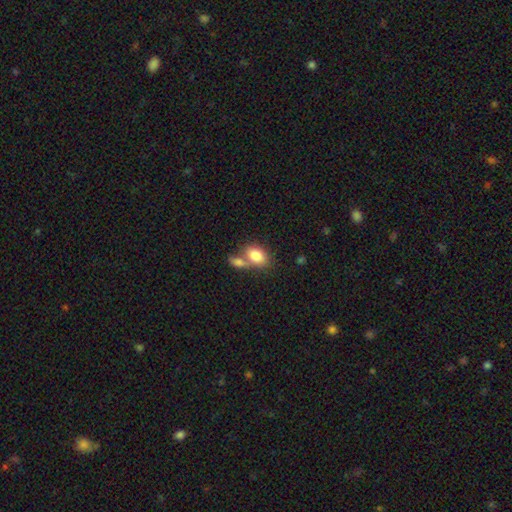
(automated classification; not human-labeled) The model was most divided on "merging": merger: 49%, none: 36%, minor disturbance: 10%, major disturbance: 5%. More confident: how rounded — in between (83%); smooth or featured — smooth (82%).